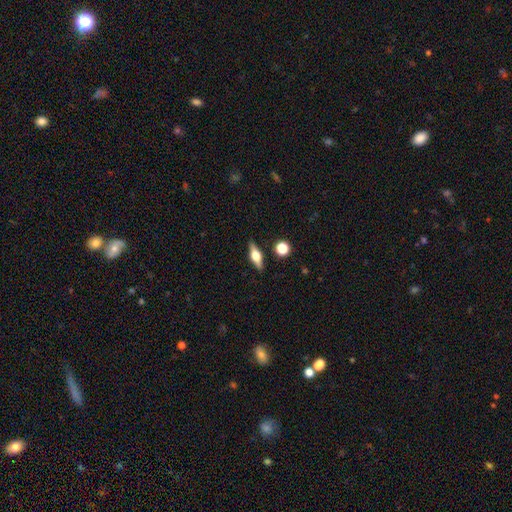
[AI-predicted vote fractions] This appears to be a featured or disk galaxy (58%) viewed edge-on (94%) with a rounded central bulge (94%). Merging: none (87%).